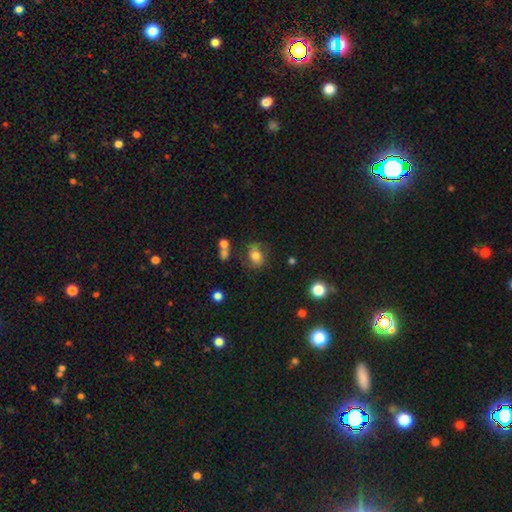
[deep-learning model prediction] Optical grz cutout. It shows a smooth galaxy with no disk features (63%) that is in between round and cigar-shaped (50%). Merging: none (62%).